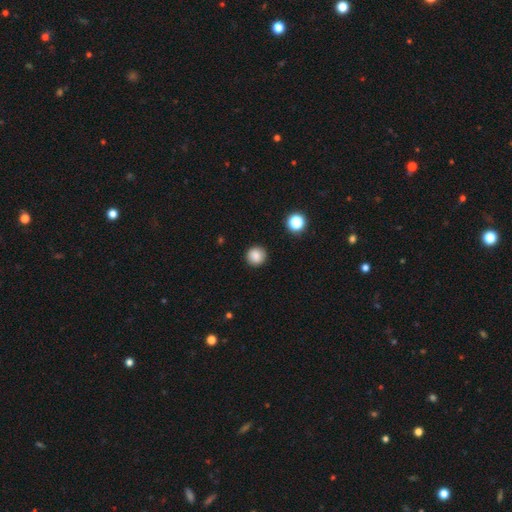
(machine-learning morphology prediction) The model was most divided on "smooth or featured": smooth: 85%, star or artifact: 10%, featured or disk: 5%. More confident: how rounded — round (93%); merging — none (90%).